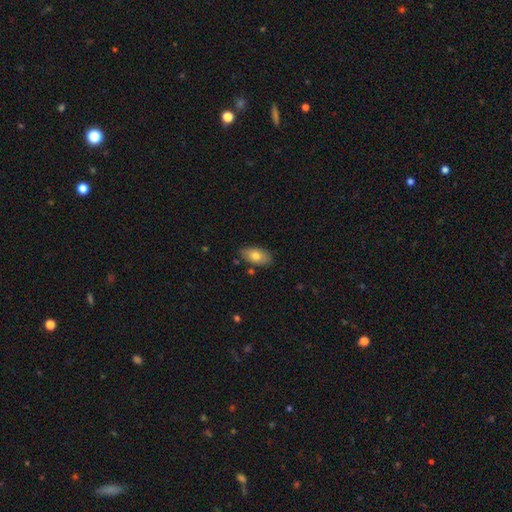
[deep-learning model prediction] smooth 74%, featured or disk 19%, star or artifact 7%. Down the decision tree: how rounded — in between (91%); merging — none (80%).